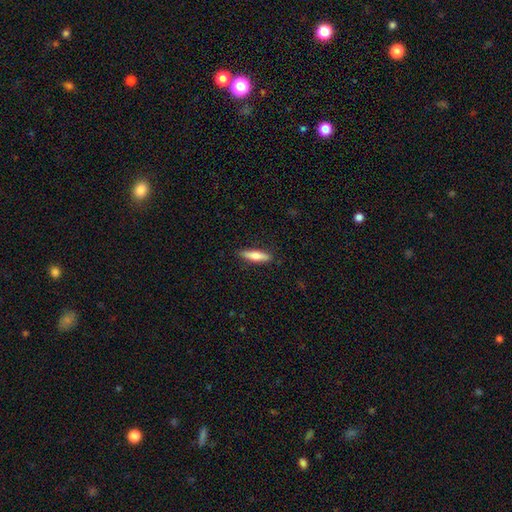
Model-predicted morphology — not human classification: Smooth or featured? smooth (73%)
How rounded? cigar-shaped (71%)
Merging? none (87%)